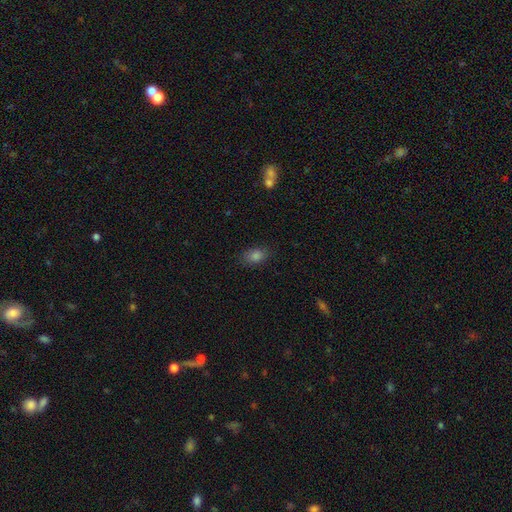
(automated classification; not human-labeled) smooth 81%, star or artifact 12%, featured or disk 7%. Down the decision tree: how rounded — in between (83%); merging — none (83%).